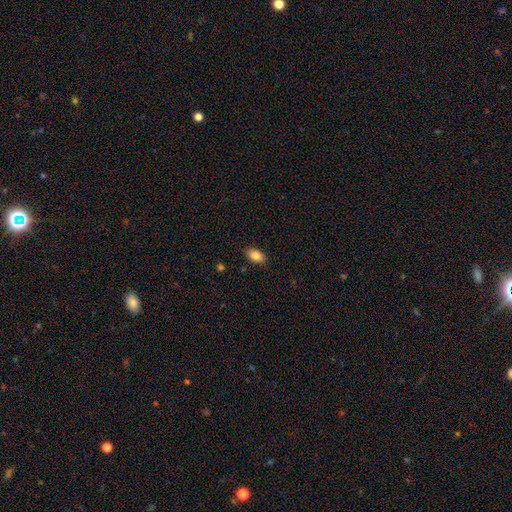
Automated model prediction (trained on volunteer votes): Morphology: type=smooth (85%); roundness=in between (91%); merging=none (87%).